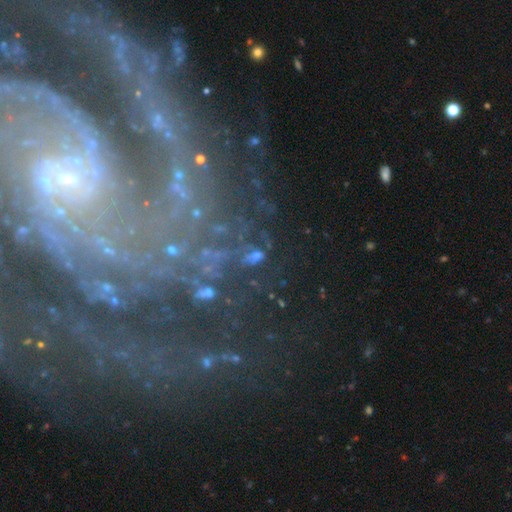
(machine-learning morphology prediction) Smooth or featured?
  - featured or disk: 43% *
  - star or artifact: 32%
  - smooth: 25%
Merging?
  - none: 50% *
  - minor disturbance: 20%
  - major disturbance: 19%
  - merger: 11%